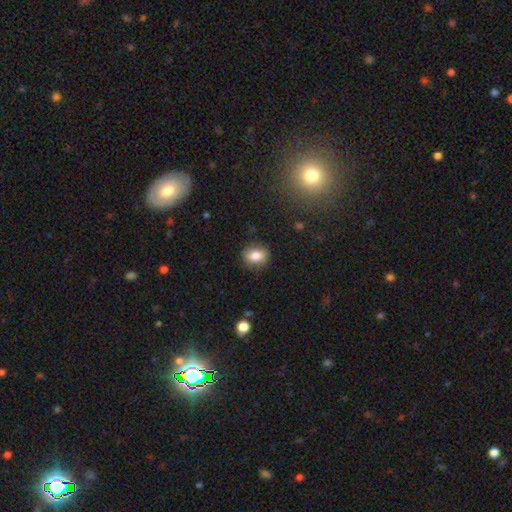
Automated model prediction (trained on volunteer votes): Smooth or featured? smooth (80%)
How rounded? round (62%)
Merging? none (84%)